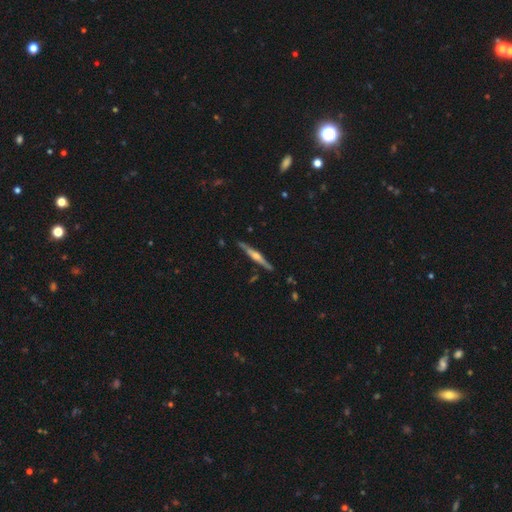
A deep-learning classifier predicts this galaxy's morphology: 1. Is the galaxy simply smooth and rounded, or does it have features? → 79% featured or disk, 15% smooth, 5% star or artifact.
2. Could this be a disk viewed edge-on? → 98% yes, 2% no.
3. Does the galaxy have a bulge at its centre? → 81% rounded, 12% boxy, 7% none.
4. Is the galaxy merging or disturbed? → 89% none, 8% minor disturbance, 2% merger, 2% major disturbance.